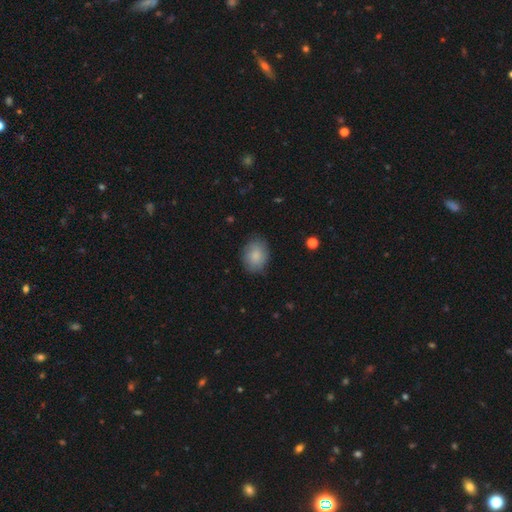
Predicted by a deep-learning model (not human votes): Morphology: type=smooth (83%); roundness=in between (59%); merging=none (81%).